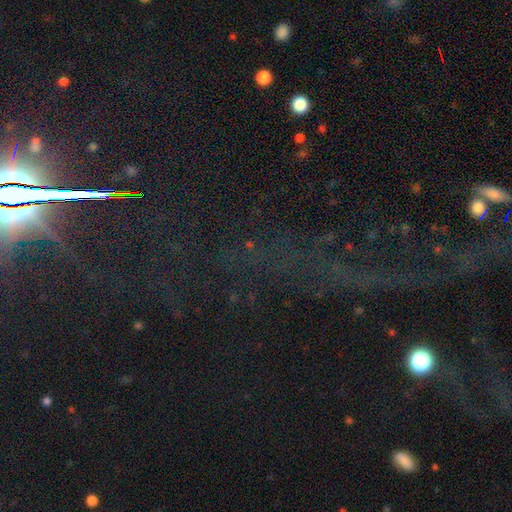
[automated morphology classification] The model was most divided on "smooth or featured": star or artifact: 82%, featured or disk: 10%, smooth: 9%.